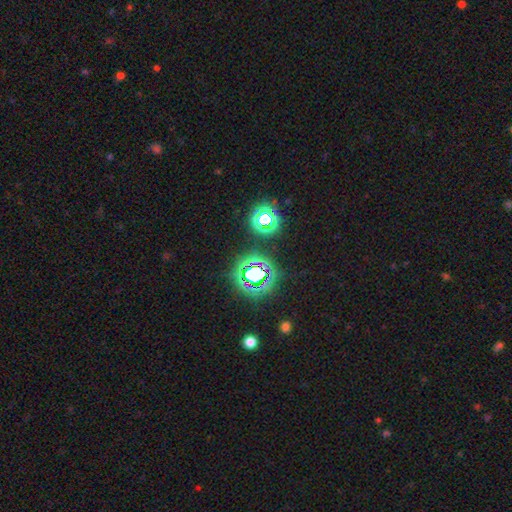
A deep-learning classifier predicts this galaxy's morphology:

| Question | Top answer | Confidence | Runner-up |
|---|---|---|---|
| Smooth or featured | star or artifact | 73% | smooth (19%) |